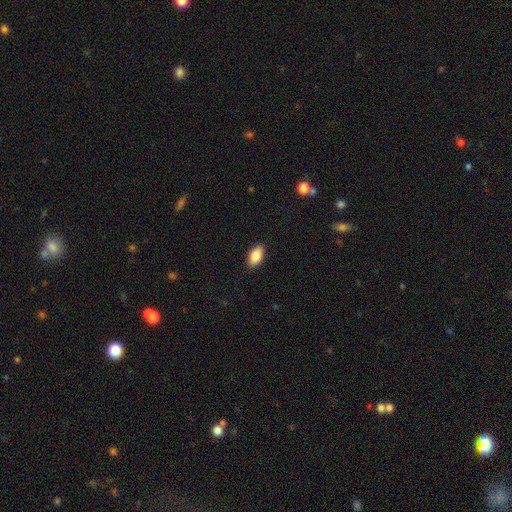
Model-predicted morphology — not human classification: Smooth or featured? Predicted: smooth (p=0.86). How rounded? Predicted: in between (p=0.93). Merging? Predicted: none (p=0.88).